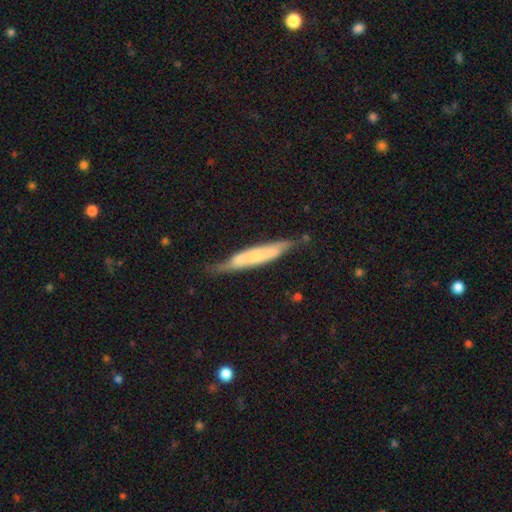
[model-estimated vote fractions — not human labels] Smooth or featured? Predicted: featured or disk (p=0.51). Edge-on disk? Predicted: yes (p=0.71). Merging? Predicted: none (p=0.64).